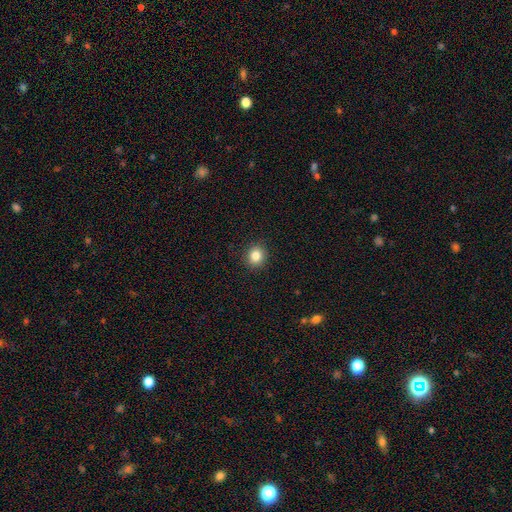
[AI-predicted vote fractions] Smooth or featured? Predicted: smooth (p=0.84). How rounded? Predicted: round (p=0.82). Merging? Predicted: none (p=0.91).